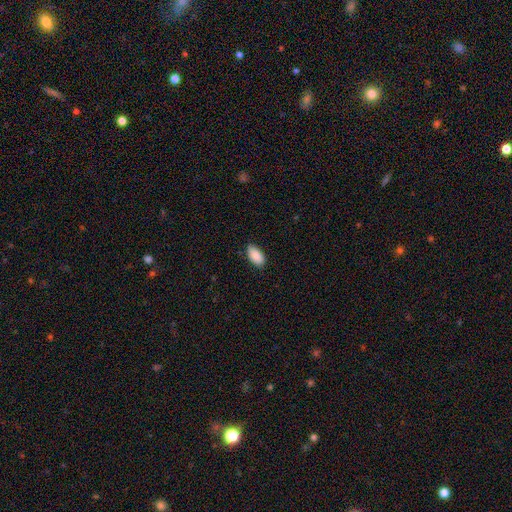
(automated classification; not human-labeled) Overall: smooth (89%). How rounded: in between (94%). Merging: none (80%).